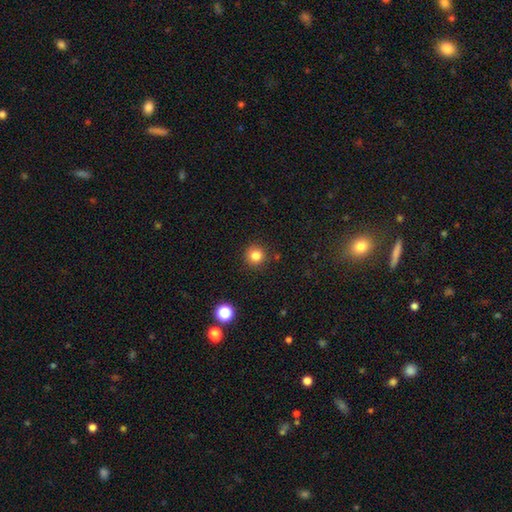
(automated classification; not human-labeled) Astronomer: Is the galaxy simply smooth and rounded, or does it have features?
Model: smooth — 82%.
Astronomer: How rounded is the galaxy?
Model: round — 94%.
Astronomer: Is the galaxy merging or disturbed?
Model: none — 90%.